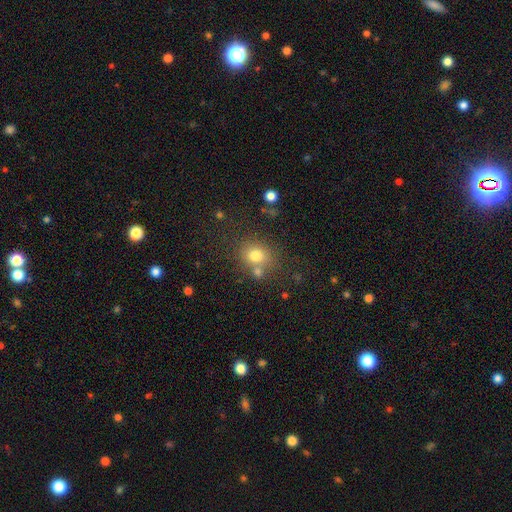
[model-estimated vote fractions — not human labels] Smooth or featured? smooth (76%)
How rounded? round (69%)
Merging? none (64%)